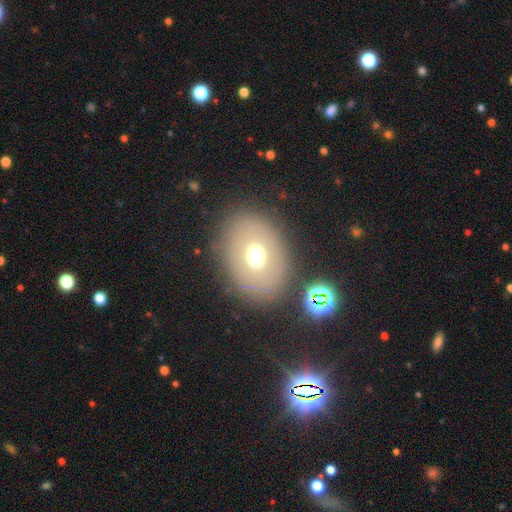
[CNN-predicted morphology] Q: Smooth or featured?
A: smooth (61%); runner-up: featured or disk (24%)
Q: How rounded?
A: in between (67%); runner-up: round (32%)
Q: Merging?
A: none (79%); runner-up: minor disturbance (10%)